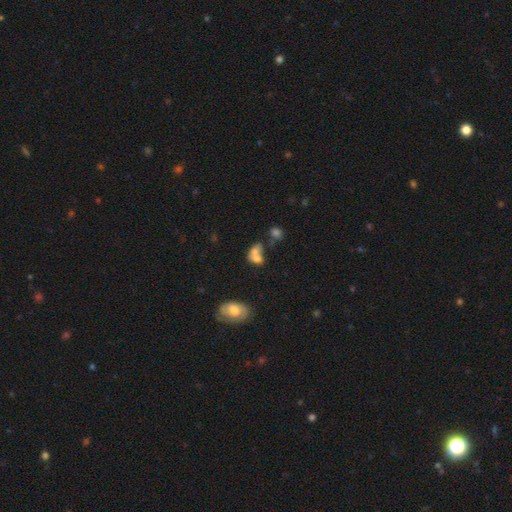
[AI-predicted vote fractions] A smooth galaxy with no disk features (68%) that is in between round and cigar-shaped (68%). Merging: merger (59%).